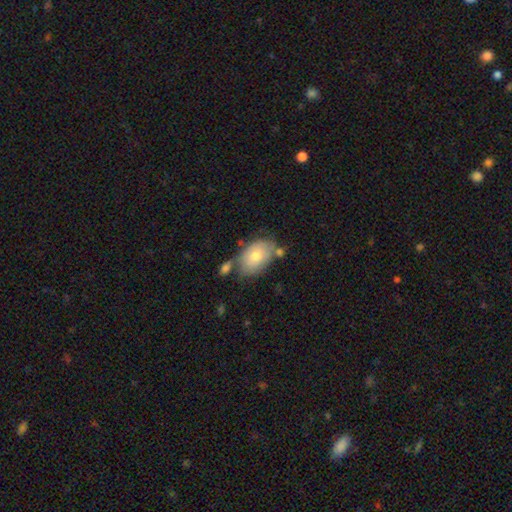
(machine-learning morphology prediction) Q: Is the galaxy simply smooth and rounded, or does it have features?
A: smooth — 74%.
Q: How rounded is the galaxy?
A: in between — 87%.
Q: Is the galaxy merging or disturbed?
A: none — 60%.